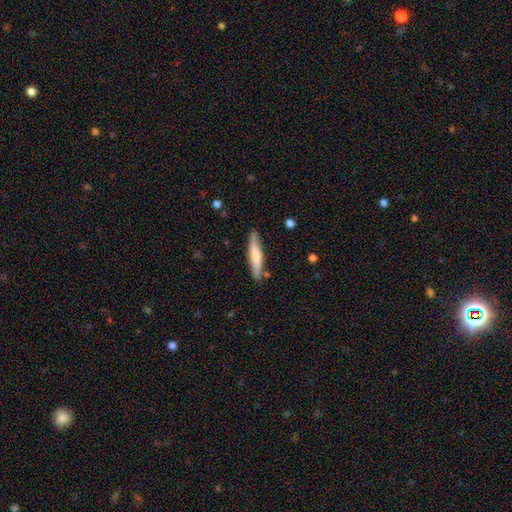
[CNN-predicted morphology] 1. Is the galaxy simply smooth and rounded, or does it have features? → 66% smooth, 29% featured or disk, 5% star or artifact.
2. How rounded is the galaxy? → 87% cigar-shaped, 11% in between, 1% round.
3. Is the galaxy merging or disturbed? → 82% none, 13% minor disturbance, 3% merger, 2% major disturbance.